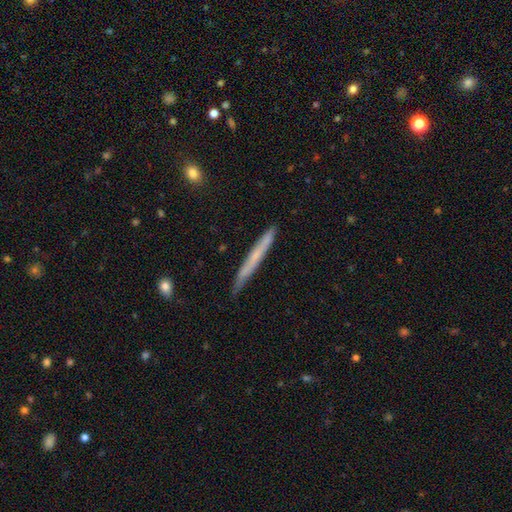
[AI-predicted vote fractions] A smooth galaxy with no disk features (50%) that is cigar-shaped (97%). Merging: none (86%).